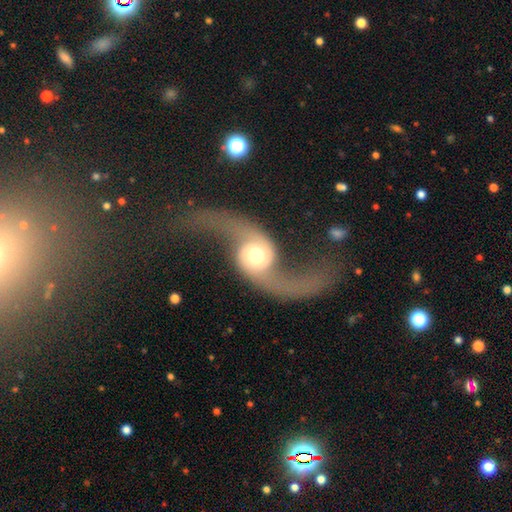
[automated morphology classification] Smooth or featured? Predicted: featured or disk (p=0.88). Edge-on disk? Predicted: no (p=0.95). Bar? Predicted: no (p=0.64). Spiral arms? Predicted: yes (p=0.96). Spiral winding? Predicted: loose (p=0.90). Spiral arm count? Predicted: 2 (p=0.94). Bulge size? Predicted: moderate (p=0.50). Merging? Predicted: none (p=0.55).